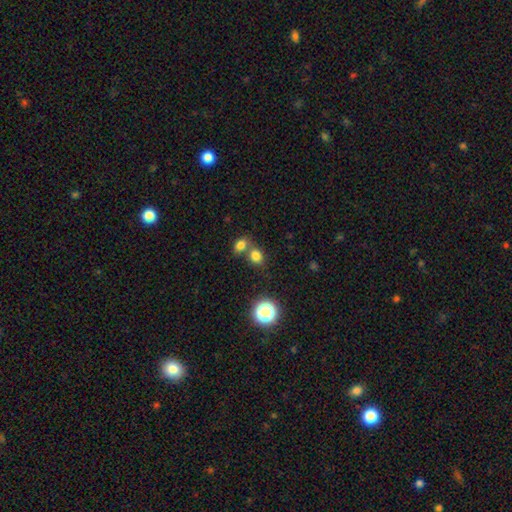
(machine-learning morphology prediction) Smooth or featured?
  - smooth: 78% *
  - star or artifact: 15%
  - featured or disk: 7%
How rounded?
  - round: 54% *
  - in between: 45%
  - cigar-shaped: 1%
Merging?
  - none: 51% *
  - merger: 37%
  - minor disturbance: 9%
  - major disturbance: 3%